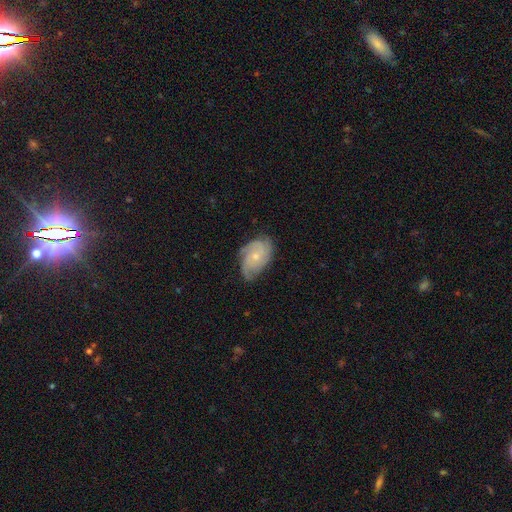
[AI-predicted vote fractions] This is likely a featured or disk galaxy (76%). It is clearly not viewed edge-on (97%). Bar: likely no (77%). Spiral arm pattern: clearly yes (95%). Spiral arm count: marginally 3 (42%). Spiral winding: possibly tight (50%). Central bulge: likely small (65%). Merging: likely none (67%).